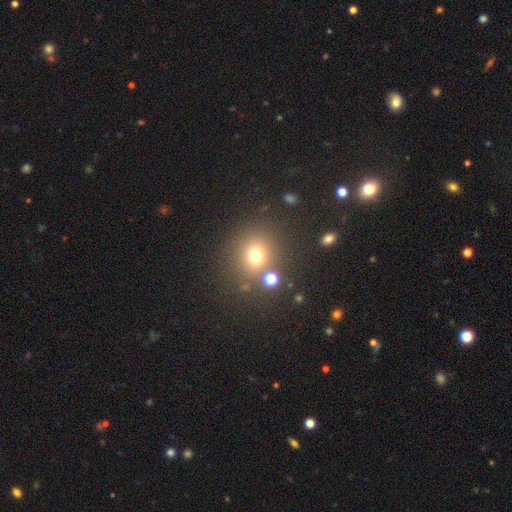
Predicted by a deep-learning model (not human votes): smooth 71%, star or artifact 20%, featured or disk 10%. Down the decision tree: how rounded — round (86%); merging — none (78%).